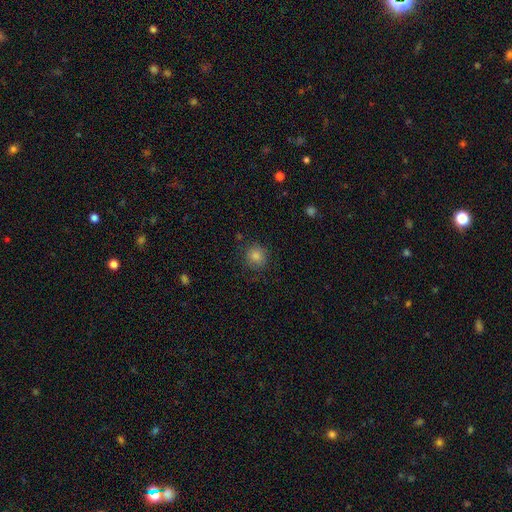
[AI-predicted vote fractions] smooth 79%, star or artifact 15%, featured or disk 6%. Down the decision tree: how rounded — round (90%); merging — none (85%).